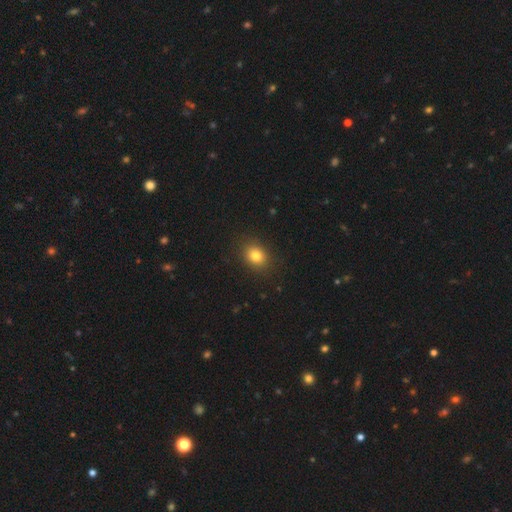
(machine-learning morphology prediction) type=smooth (81%); roundness=round (50%); merging=none (88%).